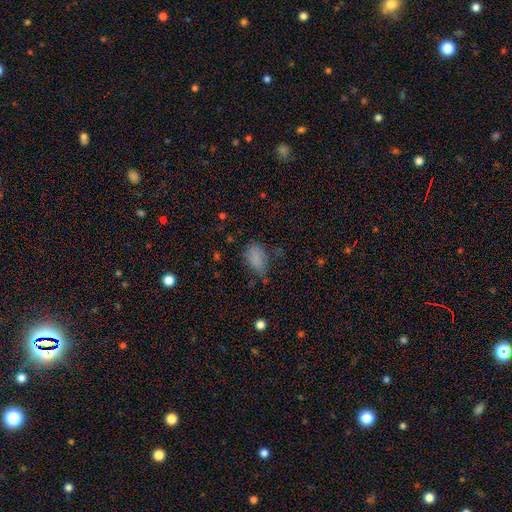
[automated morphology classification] Overall: smooth (74%). How rounded: in between (86%). Merging: none (44%; minor disturbance 33%).